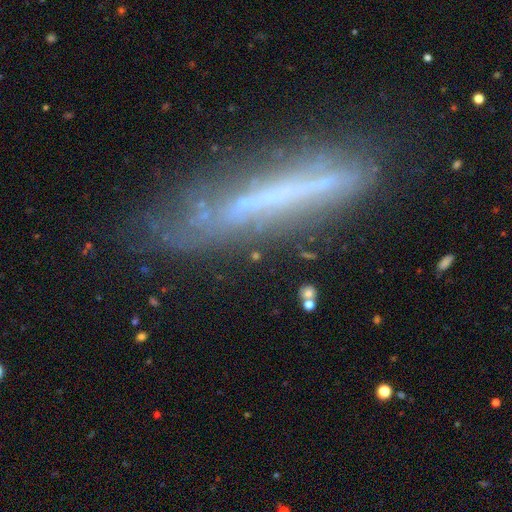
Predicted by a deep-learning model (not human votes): smooth_or_featured: featured or disk (p=0.37) [alt: smooth p=0.35]
merging: none (p=0.75) [alt: minor disturbance p=0.13]